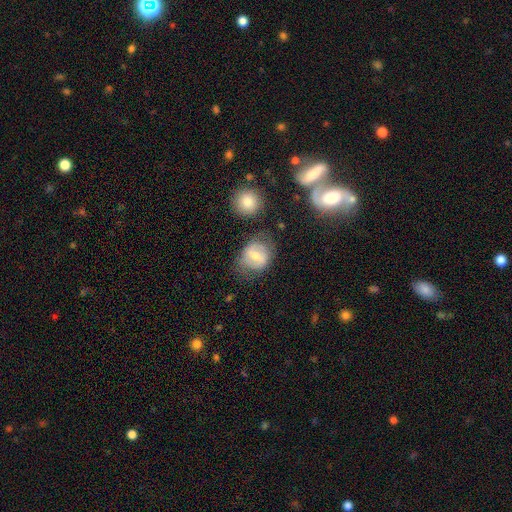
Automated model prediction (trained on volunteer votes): smooth-or-featured: smooth: 50% | featured or disk: 43% | star or artifact: 8%
  merging: none: 62% | minor disturbance: 22% | major disturbance: 11% | merger: 6%